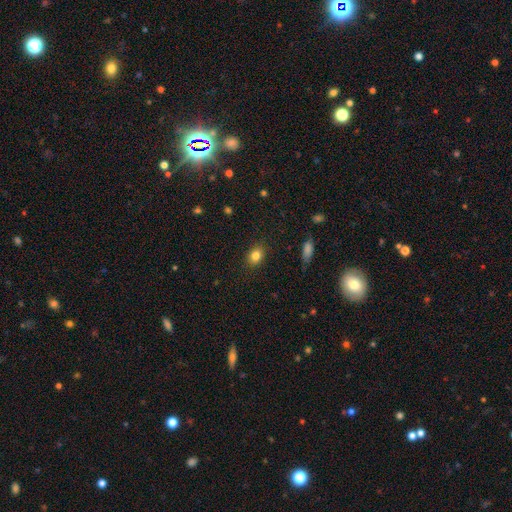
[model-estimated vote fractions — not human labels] A smooth galaxy with no disk features (83%) that is in between round and cigar-shaped (53%).

Vote fractions:
- Smooth or featured? smooth: 83% / star or artifact: 10% / featured or disk: 6%
- How rounded? in between: 53% / round: 45% / cigar-shaped: 1%
- Merging? none: 87% / minor disturbance: 10% / major disturbance: 3% / merger: 1%